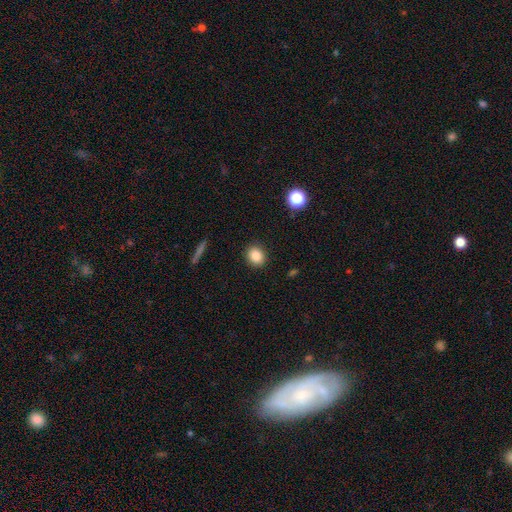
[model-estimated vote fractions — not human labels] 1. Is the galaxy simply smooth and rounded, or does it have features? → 85% smooth, 10% star or artifact, 5% featured or disk.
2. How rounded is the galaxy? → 65% round, 33% in between, 1% cigar-shaped.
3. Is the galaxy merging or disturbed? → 90% none, 7% minor disturbance, 2% major disturbance, 1% merger.